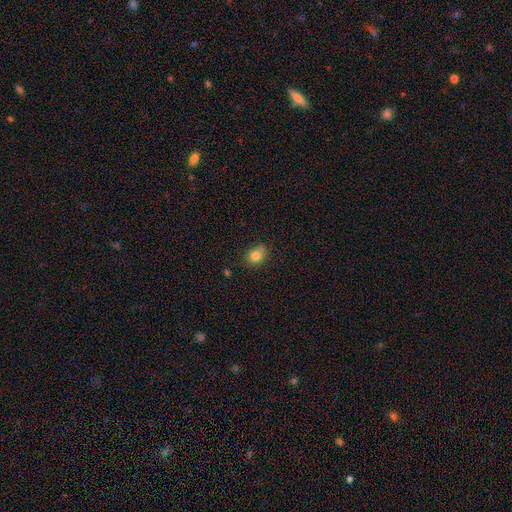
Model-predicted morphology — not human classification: smooth-or-featured: smooth: 81% | star or artifact: 11% | featured or disk: 8%
  how-rounded: round: 55% | in between: 44% | cigar-shaped: 1%
  merging: none: 70% | minor disturbance: 21% | merger: 5% | major disturbance: 4%